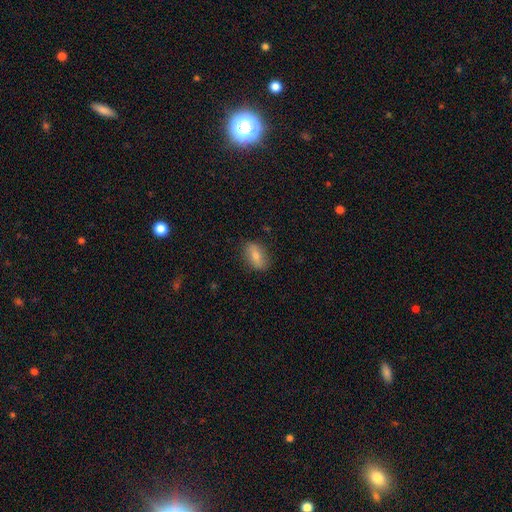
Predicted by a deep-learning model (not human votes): This is likely a smooth galaxy (74%). How rounded: clearly in between (86%). Merging: clearly none (82%).